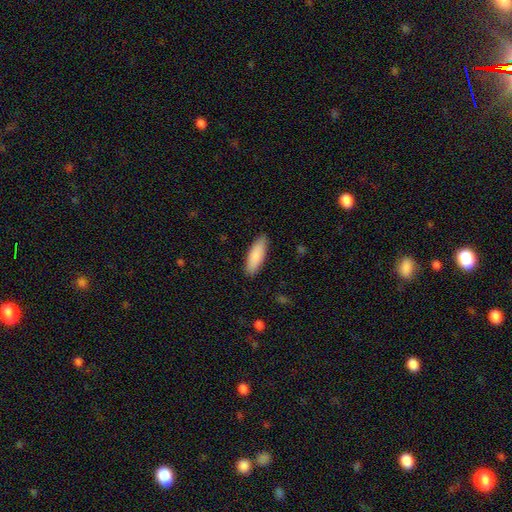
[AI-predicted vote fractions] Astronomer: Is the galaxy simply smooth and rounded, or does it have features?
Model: smooth — 88%.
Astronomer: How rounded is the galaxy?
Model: in between — 54% (runner-up: cigar-shaped, 45%).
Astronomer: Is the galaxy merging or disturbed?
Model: none — 88%.